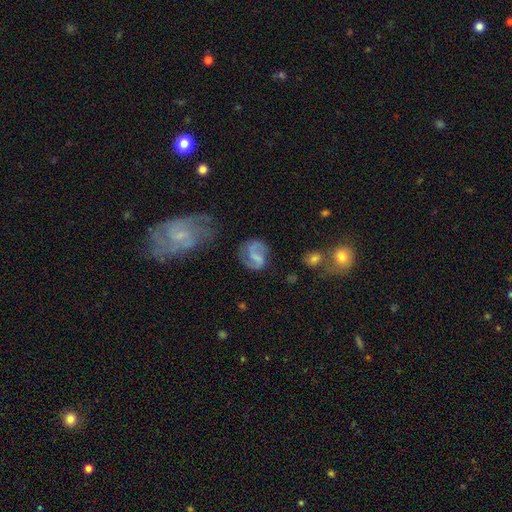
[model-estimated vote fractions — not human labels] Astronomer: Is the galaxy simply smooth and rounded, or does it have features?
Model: featured or disk — 72%.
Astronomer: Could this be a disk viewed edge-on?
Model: no — 98%.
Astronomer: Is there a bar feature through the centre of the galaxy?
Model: weak — 47% (runner-up: strong, 28%).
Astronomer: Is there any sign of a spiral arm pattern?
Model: yes — 92%.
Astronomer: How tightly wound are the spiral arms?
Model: medium — 44% (runner-up: loose, 43%).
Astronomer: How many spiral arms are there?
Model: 2 — 88%.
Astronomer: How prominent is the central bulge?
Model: none — 57%.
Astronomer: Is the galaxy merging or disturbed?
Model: none — 67%.